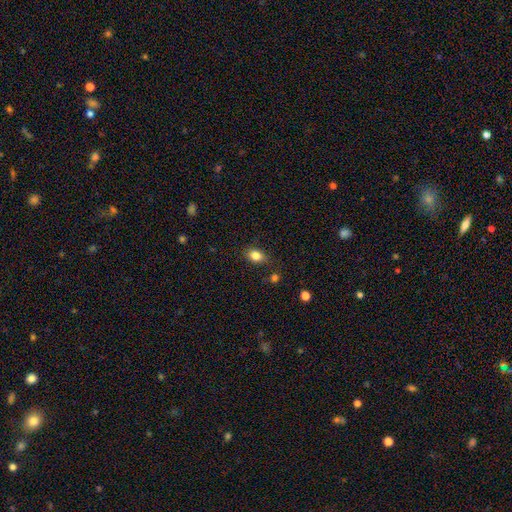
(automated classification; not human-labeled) This is clearly a smooth galaxy (83%). How rounded: likely in between (76%). Merging: clearly none (81%).